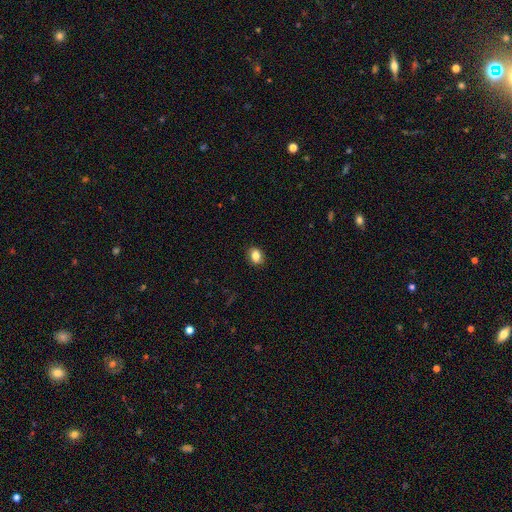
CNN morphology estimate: Smooth or featured? Predicted: smooth (p=0.84). How rounded? Predicted: in between (p=0.62). Merging? Predicted: none (p=0.88).